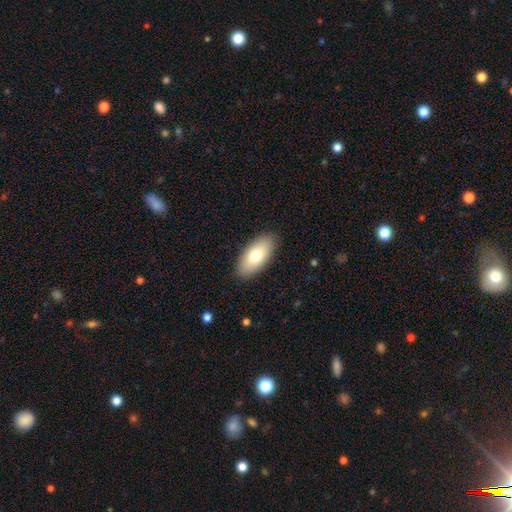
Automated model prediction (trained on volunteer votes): A smooth galaxy with no disk features (74%) that is in between round and cigar-shaped (90%). Merging: none (88%).